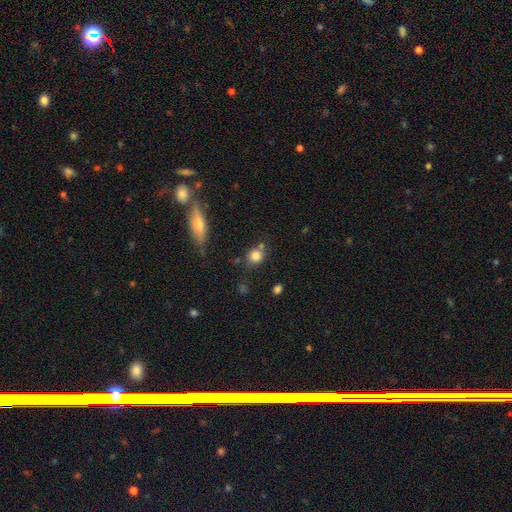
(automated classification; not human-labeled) This is clearly a smooth galaxy (81%). How rounded: likely round (77%). Merging: likely none (67%).